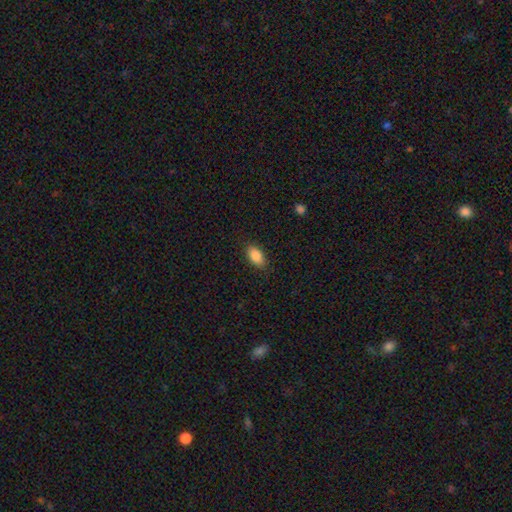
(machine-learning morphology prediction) smooth-or-featured: smooth: 87% | star or artifact: 7% | featured or disk: 5%
  how-rounded: in between: 92% | round: 5% | cigar-shaped: 3%
  merging: none: 87% | minor disturbance: 10% | major disturbance: 2% | merger: 1%